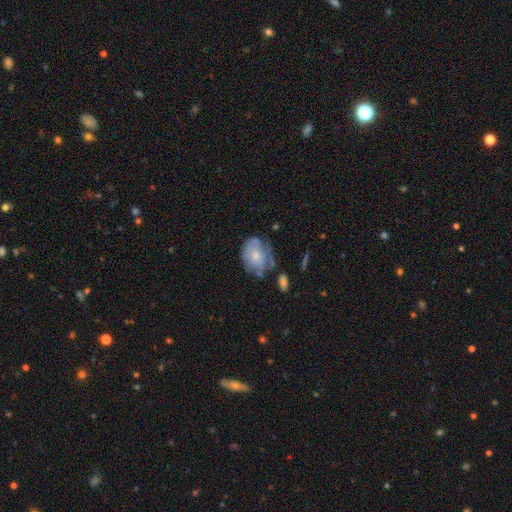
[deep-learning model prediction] This is possibly a smooth galaxy (49%). Merging: possibly none (47%).